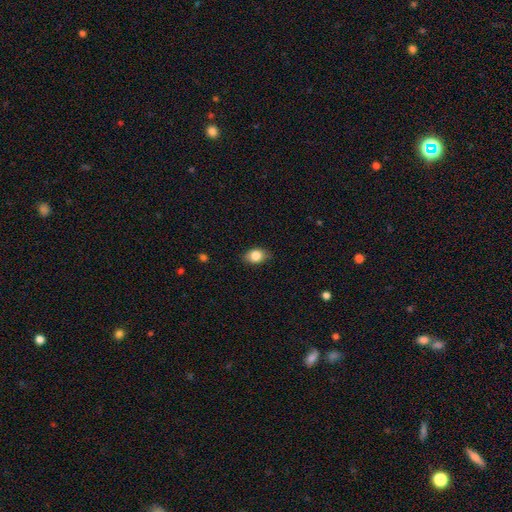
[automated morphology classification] Smooth or featured? smooth (83%)
How rounded? in between (74%)
Merging? none (83%)